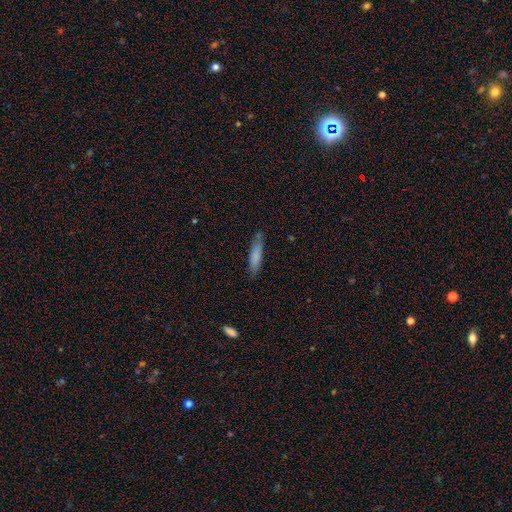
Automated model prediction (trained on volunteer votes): This appears to be a smooth galaxy with no disk features (79%) that is cigar-shaped (79%). Merging: none (76%).